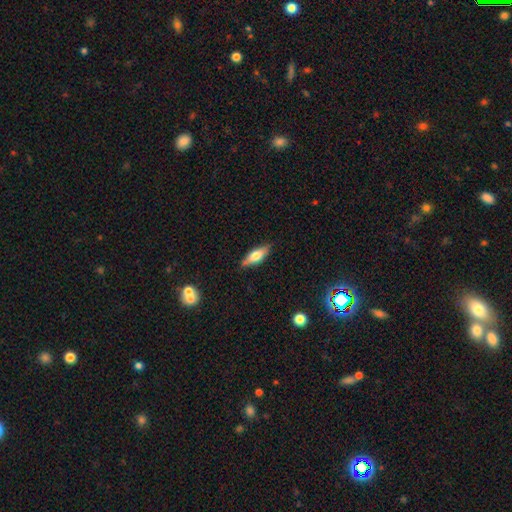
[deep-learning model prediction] This is possibly a smooth galaxy (59%). How rounded: possibly in between (56%). Merging: clearly none (82%).